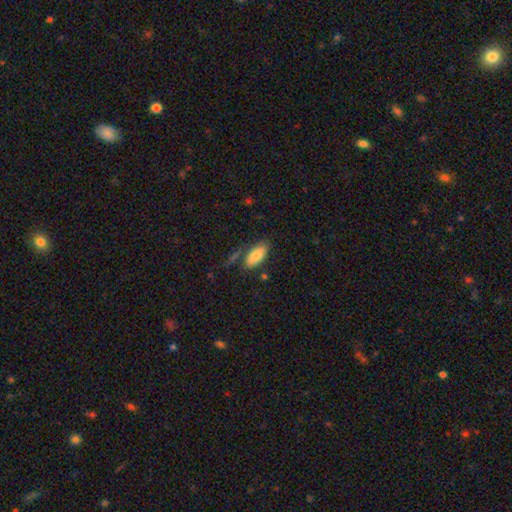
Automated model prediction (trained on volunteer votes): Overall: smooth (83%). How rounded: in between (89%). Merging: none (68%).